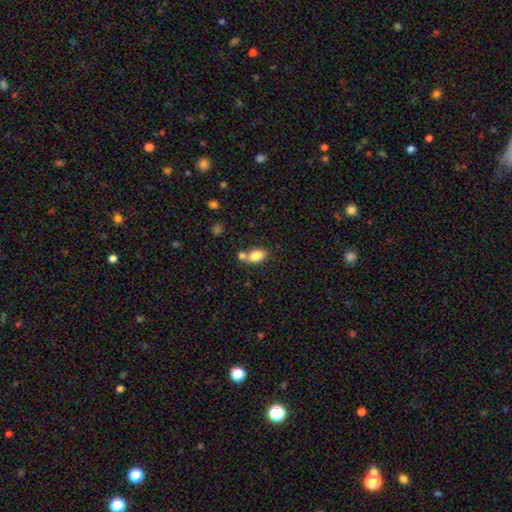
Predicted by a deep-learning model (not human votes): This is clearly a smooth galaxy (81%). How rounded: clearly in between (85%). Merging: possibly none (46%).